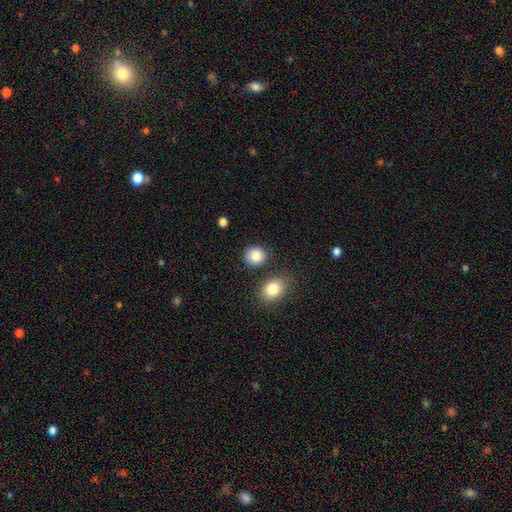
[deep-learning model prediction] The model was most divided on "how rounded": round: 75%, in between: 24%, cigar-shaped: 1%. More confident: smooth or featured — smooth (86%); merging — none (80%).